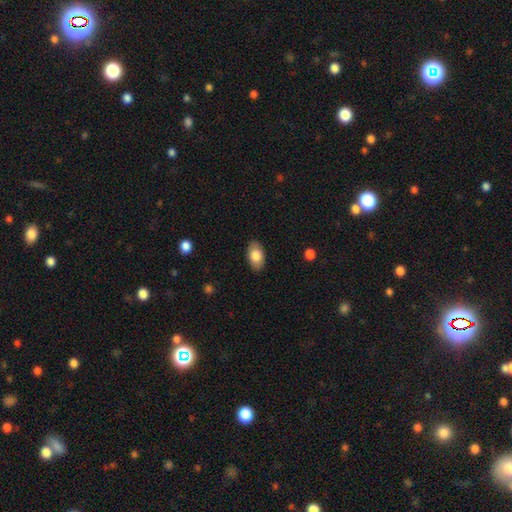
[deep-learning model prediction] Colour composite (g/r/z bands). It shows a smooth galaxy with no disk features (80%) that is in between round and cigar-shaped (92%). Merging: none (87%).